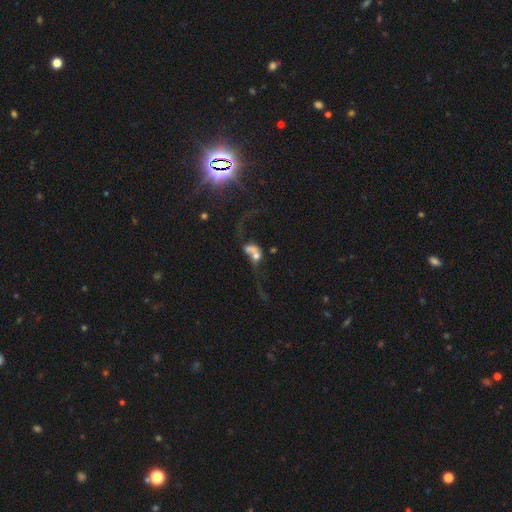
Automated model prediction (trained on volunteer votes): A featured or disk galaxy (46%). Merging: merger (65%).